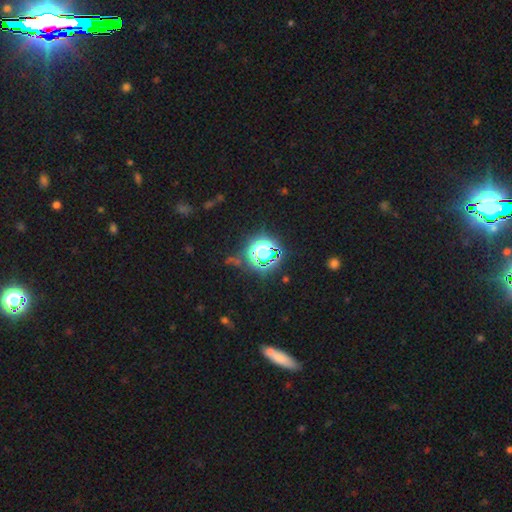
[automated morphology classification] Smooth or featured? star or artifact (75%)